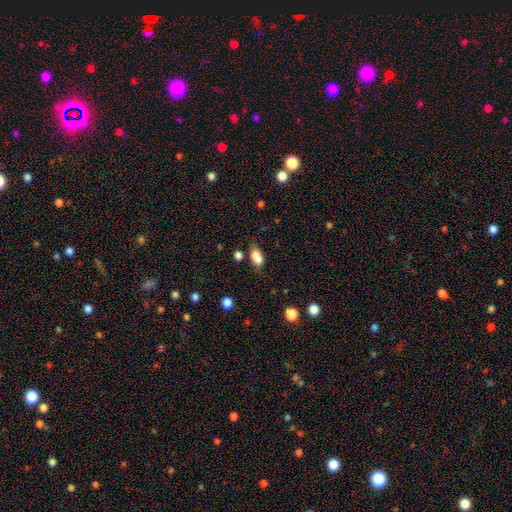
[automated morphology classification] Smooth or featured?
  - smooth: 83% *
  - star or artifact: 10%
  - featured or disk: 7%
How rounded?
  - in between: 87% *
  - round: 8%
  - cigar-shaped: 5%
Merging?
  - none: 57% *
  - minor disturbance: 24%
  - merger: 11%
  - major disturbance: 7%